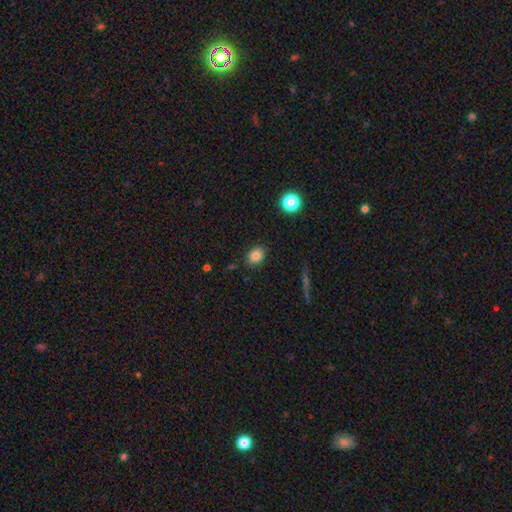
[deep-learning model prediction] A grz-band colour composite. It shows a smooth galaxy with no disk features (82%) that is in between round and cigar-shaped (54%). Merging: none (85%).